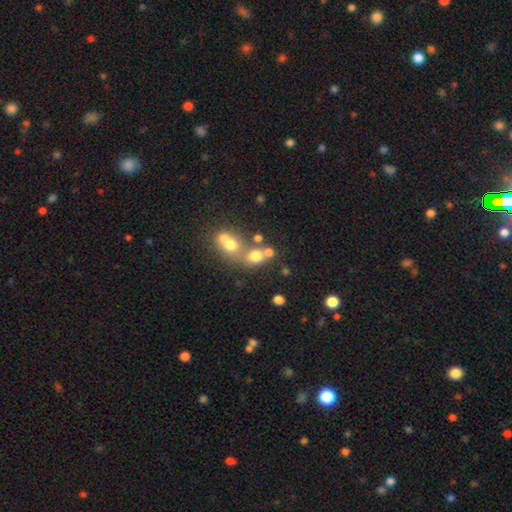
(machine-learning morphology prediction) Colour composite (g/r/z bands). It shows a smooth galaxy with no disk features (67%) that is round (71%). Merging: merger (46%).